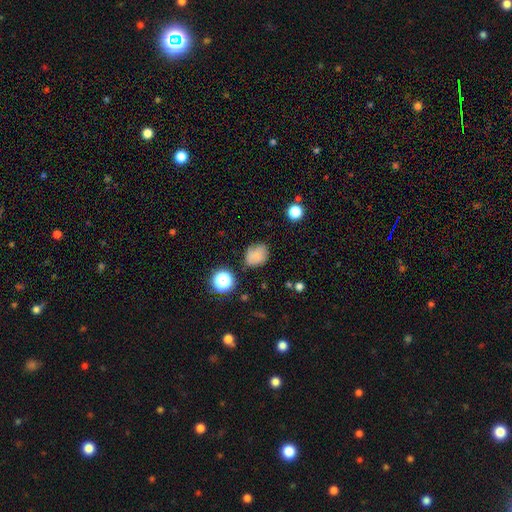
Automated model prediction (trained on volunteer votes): Smooth or featured?
  - smooth: 76% *
  - star or artifact: 14%
  - featured or disk: 9%
How rounded?
  - in between: 50% *
  - round: 49%
  - cigar-shaped: 1%
Merging?
  - none: 66% *
  - minor disturbance: 23%
  - major disturbance: 7%
  - merger: 4%